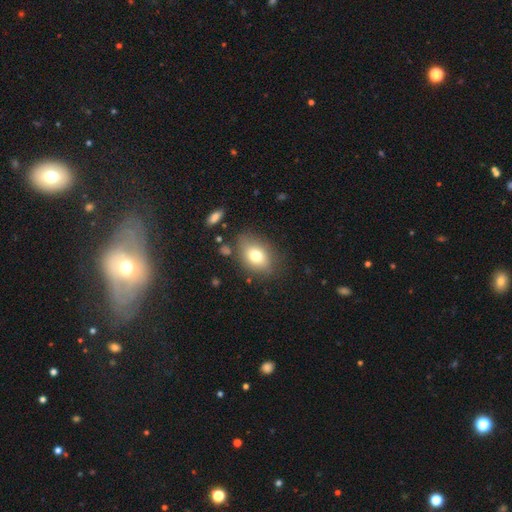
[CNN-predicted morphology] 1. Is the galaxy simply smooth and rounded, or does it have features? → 75% smooth, 15% featured or disk, 10% star or artifact.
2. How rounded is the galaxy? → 71% in between, 28% round, 1% cigar-shaped.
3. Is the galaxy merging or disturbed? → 75% none, 15% minor disturbance, 5% major disturbance, 4% merger.